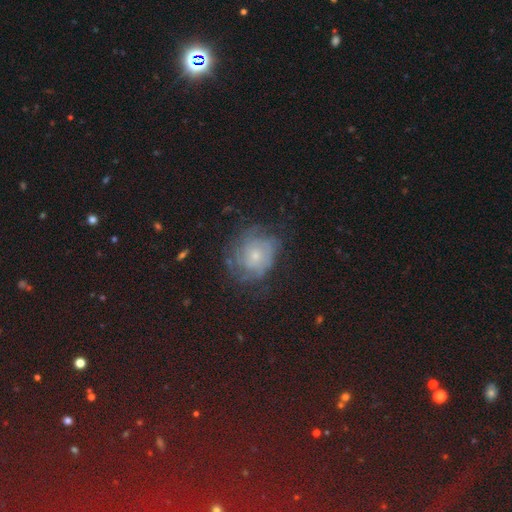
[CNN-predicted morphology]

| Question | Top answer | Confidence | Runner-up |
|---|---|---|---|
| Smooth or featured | featured or disk | 57% | smooth (26%) |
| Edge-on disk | no | 97% | yes (3%) |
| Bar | no | 82% | weak (15%) |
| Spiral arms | yes | 82% | no (18%) |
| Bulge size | small | 64% | moderate (30%) |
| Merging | none | 67% | minor disturbance (20%) |